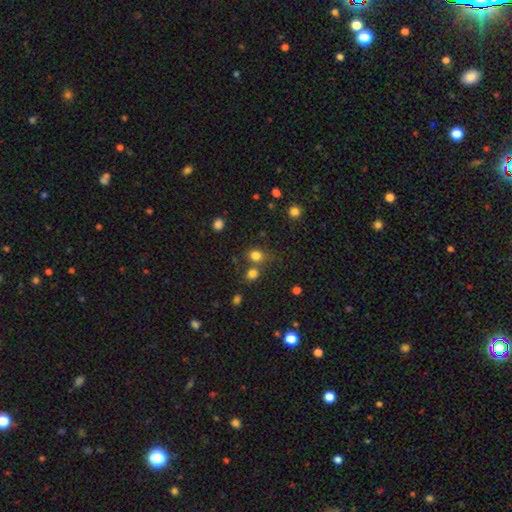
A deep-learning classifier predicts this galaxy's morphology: A smooth galaxy with no disk features (79%) that is round (71%). Merging: none (59%).